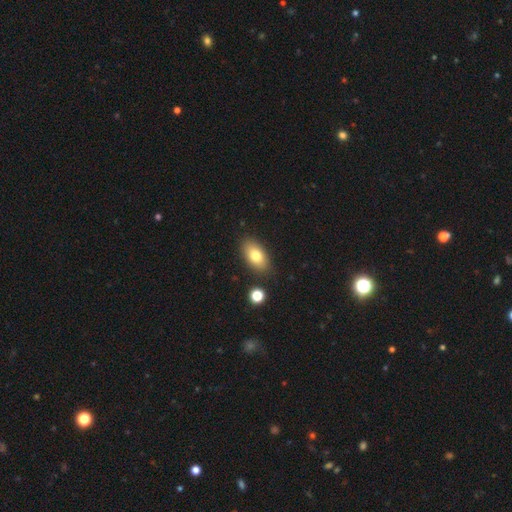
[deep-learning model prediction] smooth-or-featured: smooth: 78% | featured or disk: 14% | star or artifact: 8%
  how-rounded: in between: 90% | round: 6% | cigar-shaped: 3%
  merging: none: 85% | minor disturbance: 10% | merger: 3% | major disturbance: 2%